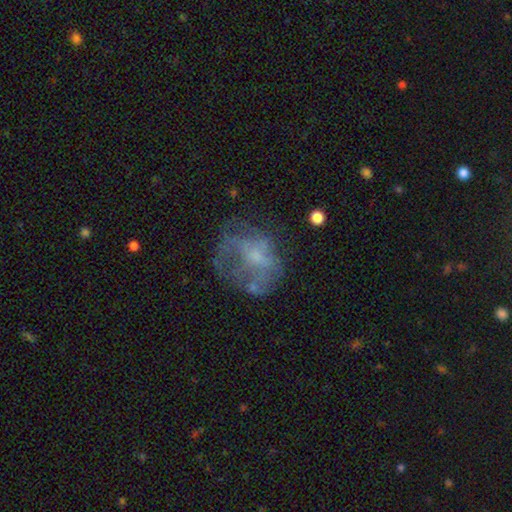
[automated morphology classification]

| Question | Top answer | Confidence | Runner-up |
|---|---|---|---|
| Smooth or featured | featured or disk | 51% | smooth (35%) |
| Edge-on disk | no | 97% | yes (3%) |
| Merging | none | 43% | major disturbance (31%) |